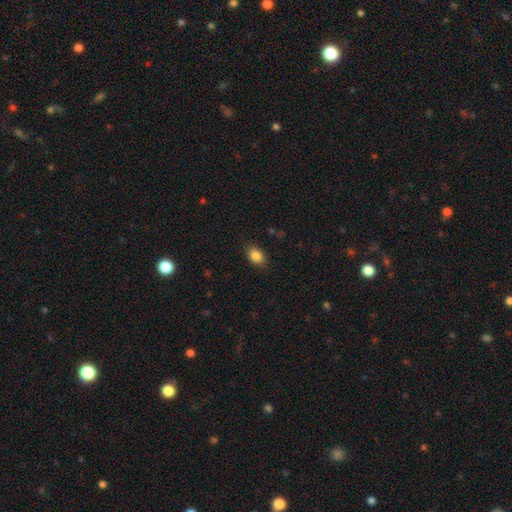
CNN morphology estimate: smooth 86%, star or artifact 9%, featured or disk 5%. Down the decision tree: how rounded — in between (82%); merging — none (86%).